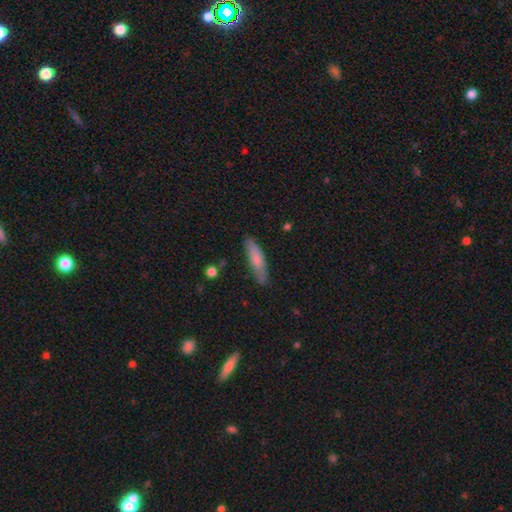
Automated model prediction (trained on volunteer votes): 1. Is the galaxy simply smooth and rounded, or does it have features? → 57% smooth, 32% featured or disk, 11% star or artifact.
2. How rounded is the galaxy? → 80% cigar-shaped, 18% in between, 2% round.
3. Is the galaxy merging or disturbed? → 83% none, 13% minor disturbance, 2% major disturbance, 2% merger.